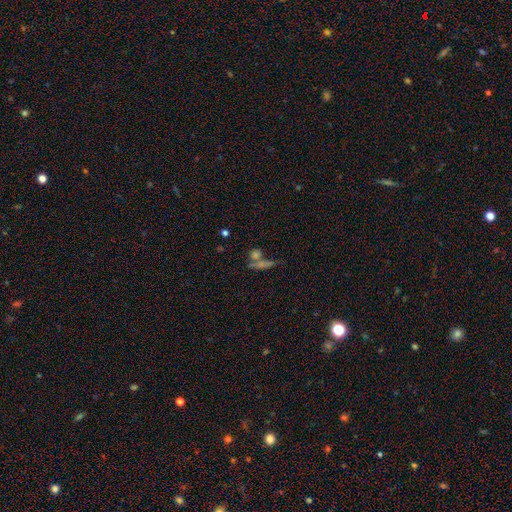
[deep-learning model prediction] Overall: smooth (52%; featured or disk 25%). How rounded: in between (35%; round 33%). Merging: none (49%; merger 35%).